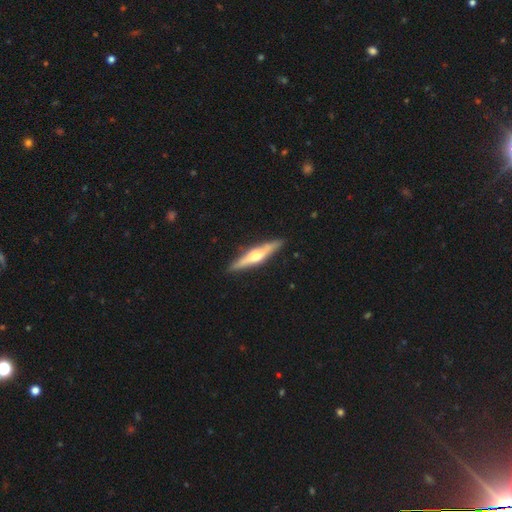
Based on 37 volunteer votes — featured or disk 59%, smooth 38%, star or artifact 3%. Down the decision tree: edge-on disk — yes (100%); edge-on bulge — rounded (100%); merging — none (92%).